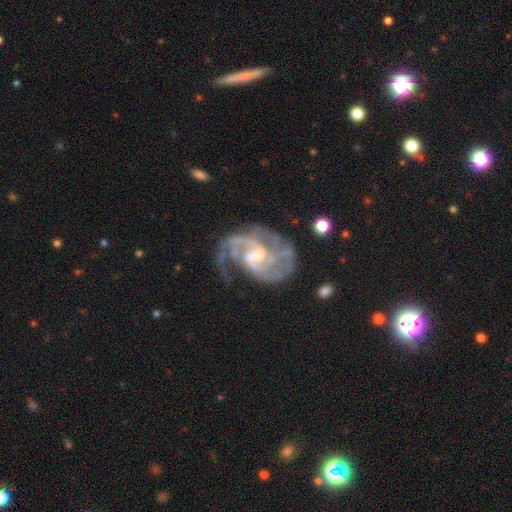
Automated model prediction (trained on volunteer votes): Q: Smooth or featured?
A: featured or disk (91%); runner-up: star or artifact (5%)
Q: Edge-on disk?
A: no (98%); runner-up: yes (2%)
Q: Bar?
A: weak (57%); runner-up: no (27%)
Q: Spiral arms?
A: yes (96%); runner-up: no (4%)
Q: Spiral winding?
A: medium (53%); runner-up: tight (27%)
Q: Spiral arm count?
A: 2 (48%); runner-up: 3 (18%)
Q: Bulge size?
A: small (50%); runner-up: moderate (39%)
Q: Merging?
A: none (53%); runner-up: major disturbance (23%)